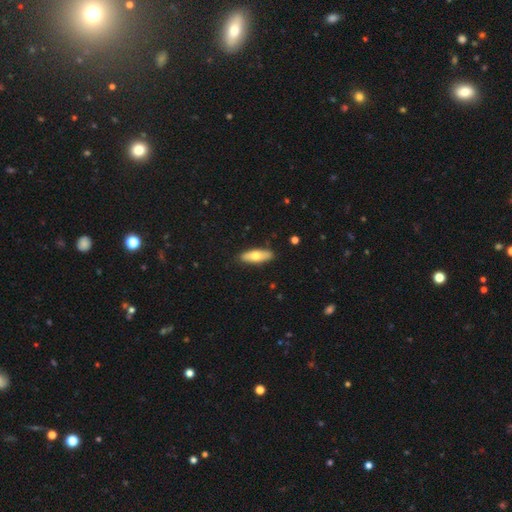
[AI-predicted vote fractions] smooth-or-featured: smooth: 65% | featured or disk: 30% | star or artifact: 5%
  how-rounded: in between: 61% | cigar-shaped: 37% | round: 2%
  merging: none: 88% | minor disturbance: 9% | major disturbance: 2% | merger: 1%